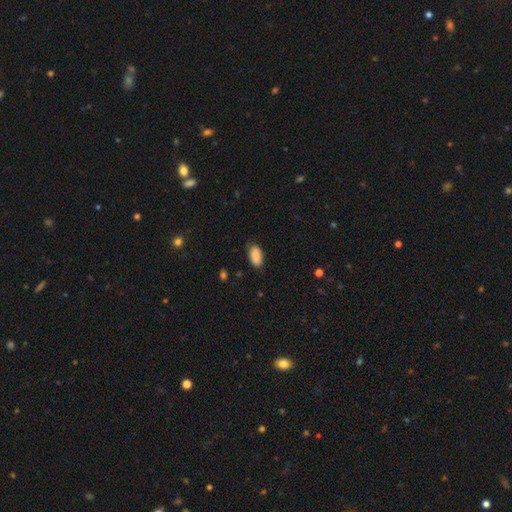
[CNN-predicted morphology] Smooth or featured? Predicted: smooth (p=0.89). How rounded? Predicted: in between (p=0.93). Merging? Predicted: none (p=0.82).